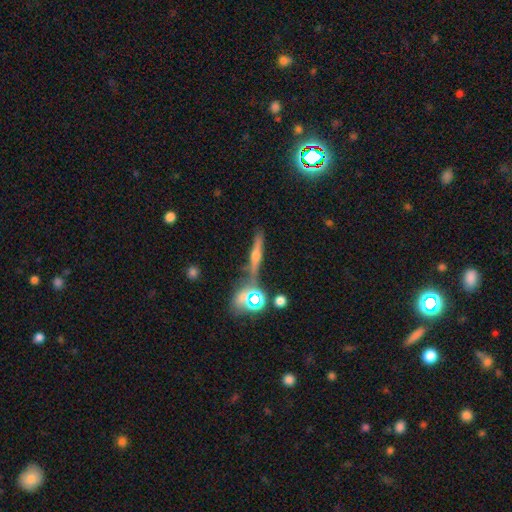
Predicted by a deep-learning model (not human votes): Smooth or featured: featured or disk — 62% (smooth — 21%)
Edge-on disk: yes — 94% (no — 6%)
Edge-on bulge: rounded — 90% (none — 6%)
Merging: none — 77% (minor disturbance — 10%)